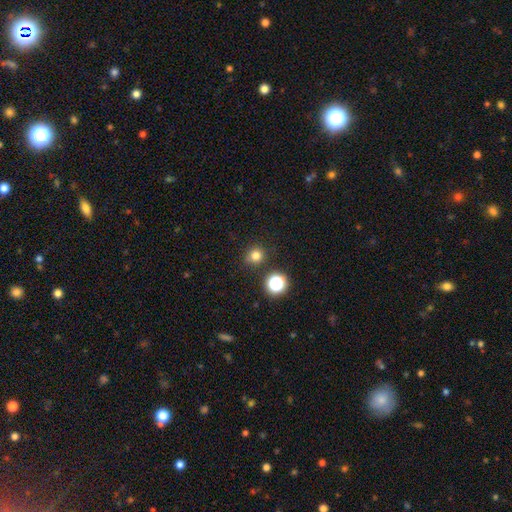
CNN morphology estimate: Overall: smooth (77%). How rounded: round (89%). Merging: none (82%).